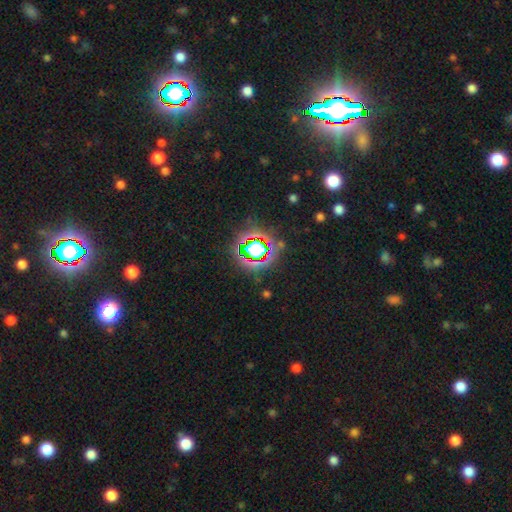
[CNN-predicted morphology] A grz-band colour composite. It shows a star or artifact, not a galaxy (81%).